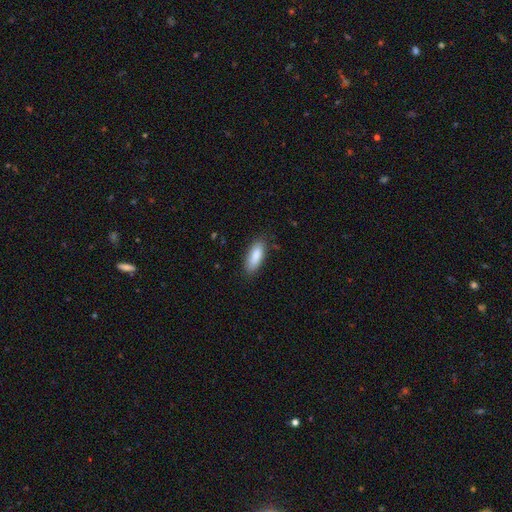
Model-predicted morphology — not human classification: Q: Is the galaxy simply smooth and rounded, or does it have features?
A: smooth — 87%.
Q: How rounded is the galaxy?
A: in between — 70%.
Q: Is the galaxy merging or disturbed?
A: none — 83%.